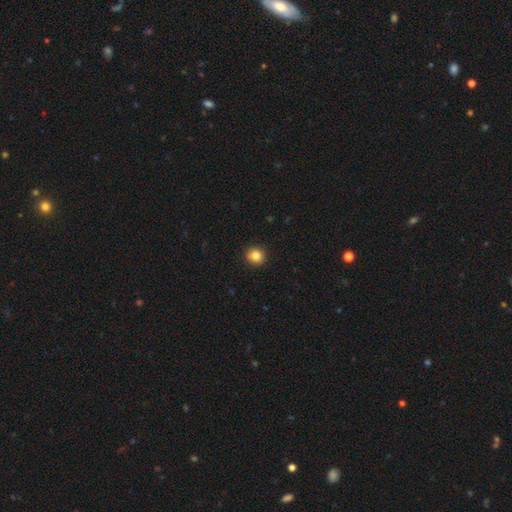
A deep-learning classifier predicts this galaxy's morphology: Smooth or featured: smooth — 84% (star or artifact — 10%)
How rounded: round — 91% (in between — 8%)
Merging: none — 92% (minor disturbance — 6%)